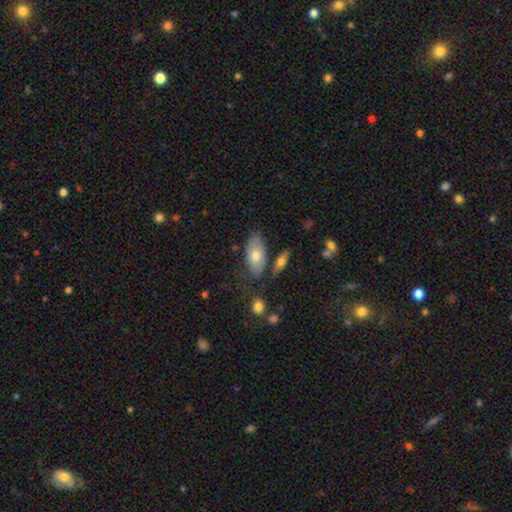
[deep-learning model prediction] Smooth or featured: smooth — 71% (featured or disk — 23%)
How rounded: in between — 91% (cigar-shaped — 5%)
Merging: none — 67% (minor disturbance — 18%)